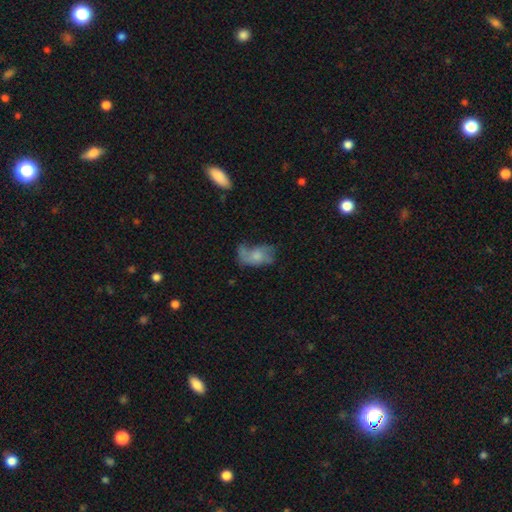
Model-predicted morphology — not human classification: This appears to be a featured or disk galaxy (48%). Merging: major disturbance (34%, tied with none).